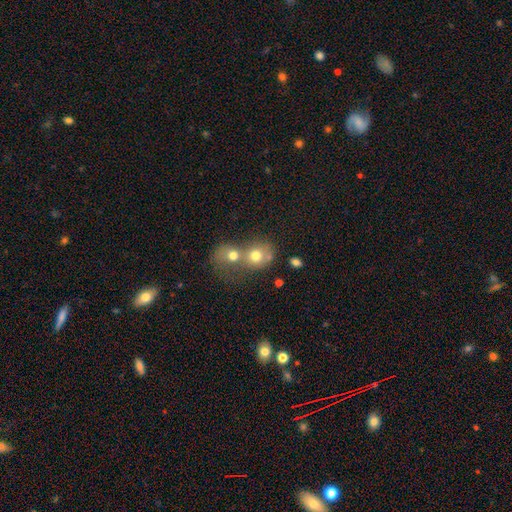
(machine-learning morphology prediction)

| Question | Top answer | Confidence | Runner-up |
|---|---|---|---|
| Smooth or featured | smooth | 70% | featured or disk (19%) |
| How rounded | round | 68% | in between (31%) |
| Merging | merger | 69% | none (20%) |